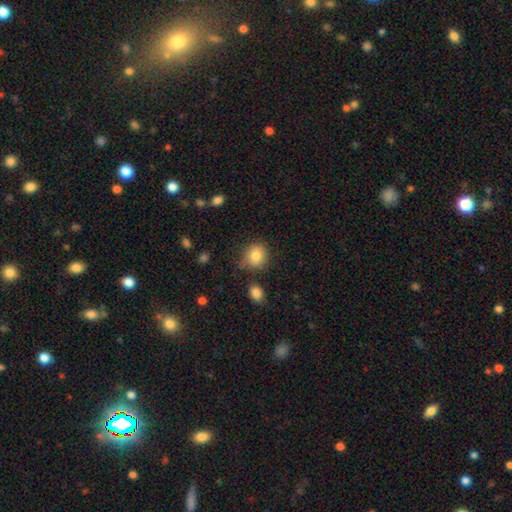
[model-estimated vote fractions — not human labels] The model was most divided on "how rounded": round: 76%, in between: 23%, cigar-shaped: 1%. More confident: smooth or featured — smooth (83%); merging — none (72%).